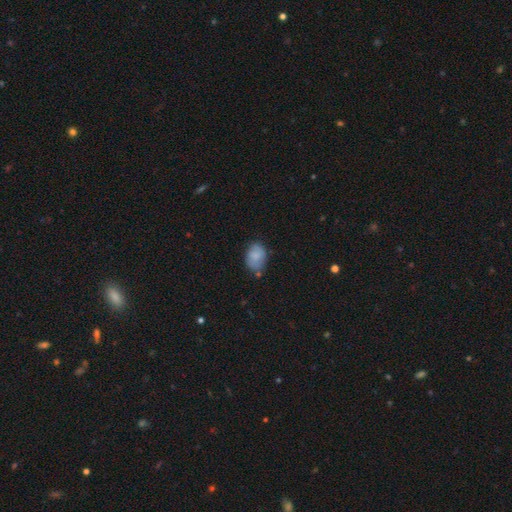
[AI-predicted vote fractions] Morphology: type=smooth (79%); roundness=in between (78%); merging=none (64%).